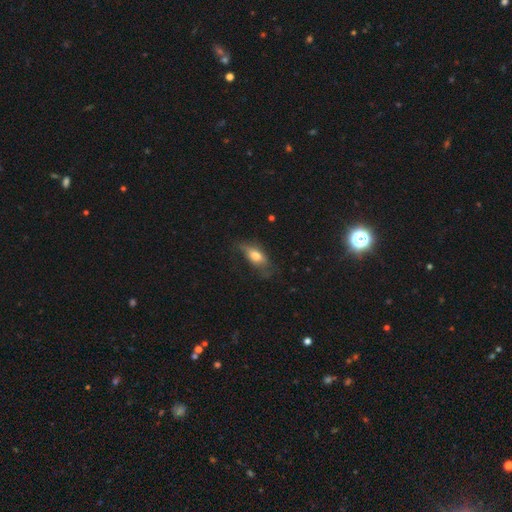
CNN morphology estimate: A smooth galaxy with no disk features (68%) that is in between round and cigar-shaped (79%).

Vote fractions:
- Smooth or featured? smooth: 68% / featured or disk: 24% / star or artifact: 8%
- How rounded? in between: 79% / cigar-shaped: 15% / round: 6%
- Merging? none: 49% / minor disturbance: 32% / major disturbance: 17% / merger: 2%